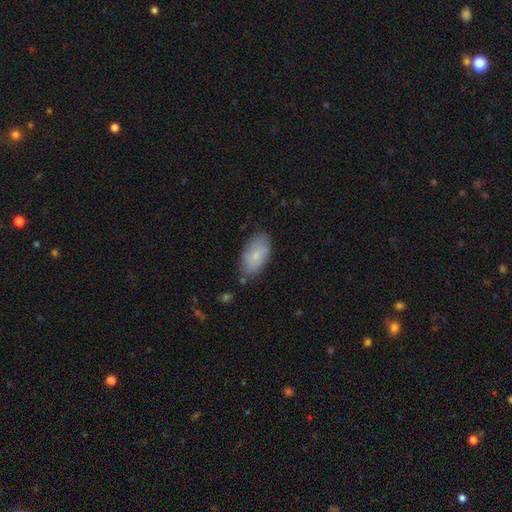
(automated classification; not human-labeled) smooth_or_featured: smooth (p=0.79) [alt: featured or disk p=0.15]
how_rounded: in between (p=0.94) [alt: cigar-shaped p=0.03]
merging: none (p=0.69) [alt: minor disturbance p=0.23]